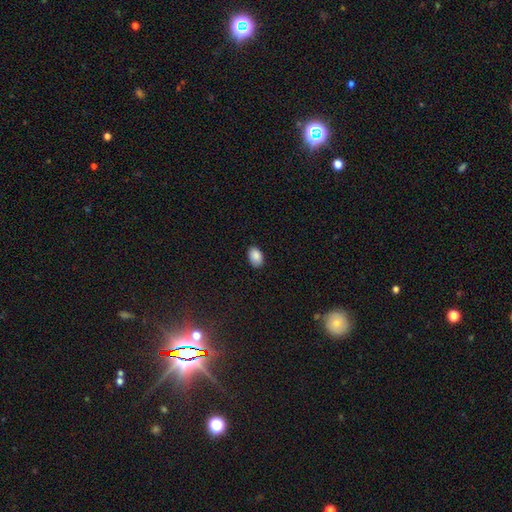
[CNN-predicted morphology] Smooth or featured?
  - smooth: 88% *
  - star or artifact: 8%
  - featured or disk: 4%
How rounded?
  - in between: 90% *
  - round: 9%
  - cigar-shaped: 1%
Merging?
  - none: 86% *
  - minor disturbance: 11%
  - major disturbance: 2%
  - merger: 1%